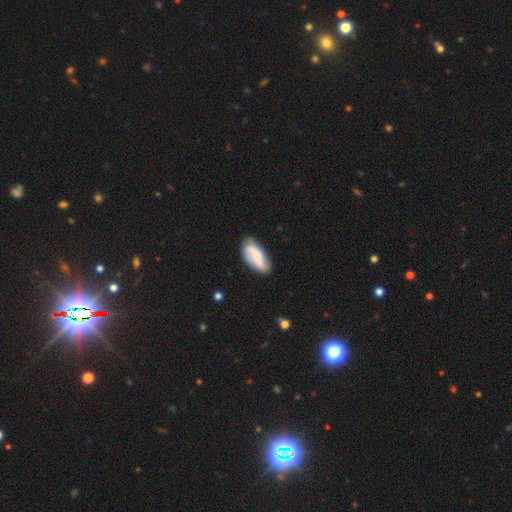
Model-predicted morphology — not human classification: smooth-or-featured: smooth: 60% | featured or disk: 33% | star or artifact: 7%
  how-rounded: in between: 86% | cigar-shaped: 12% | round: 2%
  merging: none: 72% | minor disturbance: 20% | major disturbance: 5% | merger: 2%